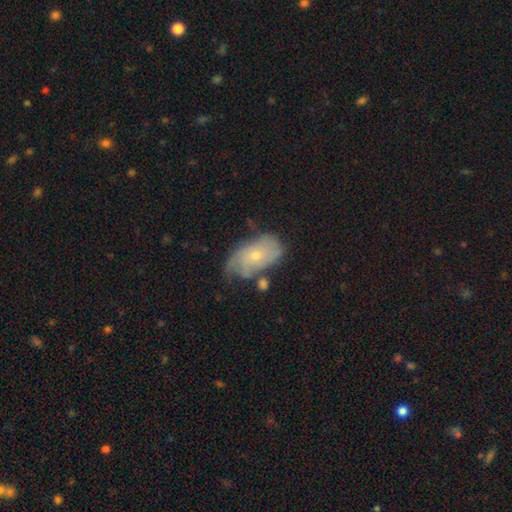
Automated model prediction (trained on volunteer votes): Q: Smooth or featured?
A: featured or disk (61%); runner-up: smooth (32%)
Q: Edge-on disk?
A: no (95%); runner-up: yes (5%)
Q: Bar?
A: no (82%); runner-up: weak (15%)
Q: Spiral arms?
A: yes (75%); runner-up: no (25%)
Q: Bulge size?
A: small (66%); runner-up: moderate (31%)
Q: Merging?
A: none (44%); runner-up: minor disturbance (31%)